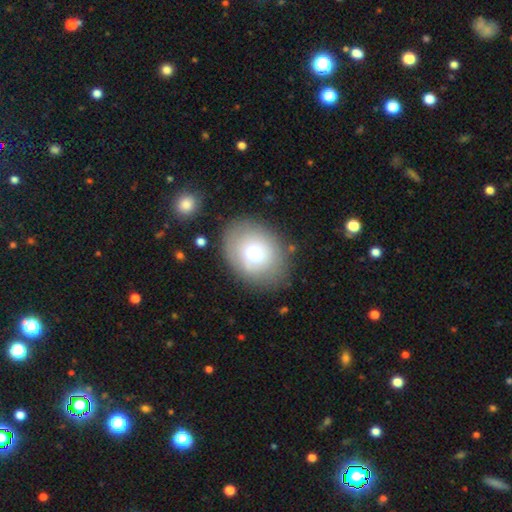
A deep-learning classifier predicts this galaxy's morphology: Smooth or featured? Predicted: smooth (p=0.66). How rounded? Predicted: in between (p=0.58). Merging? Predicted: none (p=0.77).